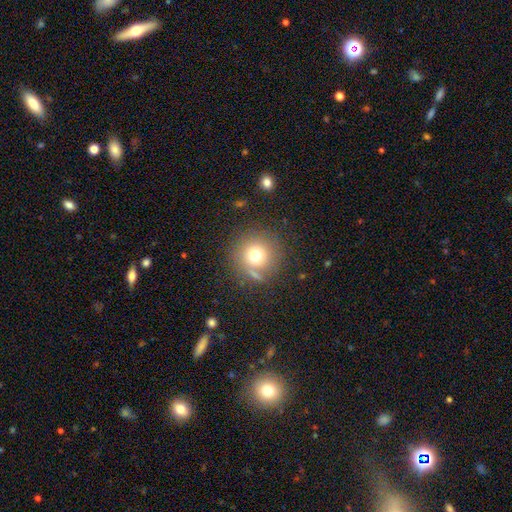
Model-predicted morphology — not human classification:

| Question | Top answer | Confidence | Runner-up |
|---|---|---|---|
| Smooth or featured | smooth | 72% | star or artifact (15%) |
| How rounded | round | 94% | in between (5%) |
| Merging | none | 78% | minor disturbance (11%) |